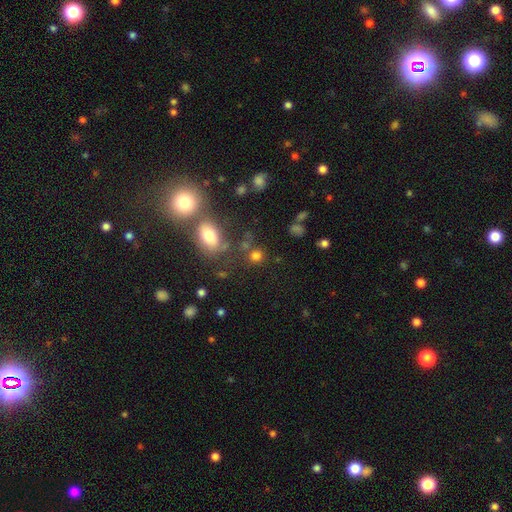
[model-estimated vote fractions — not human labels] Q: Smooth or featured?
A: smooth (76%); runner-up: star or artifact (17%)
Q: How rounded?
A: round (79%); runner-up: in between (19%)
Q: Merging?
A: none (68%); runner-up: merger (15%)